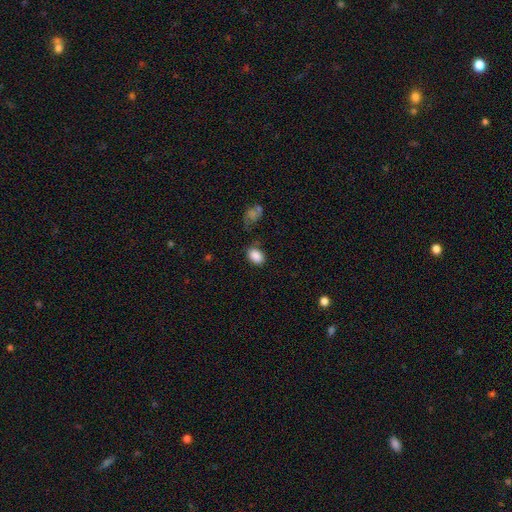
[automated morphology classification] smooth_or_featured: smooth (p=0.87) [alt: star or artifact p=0.08]
how_rounded: in between (p=0.81) [alt: round p=0.18]
merging: none (p=0.73) [alt: minor disturbance p=0.18]